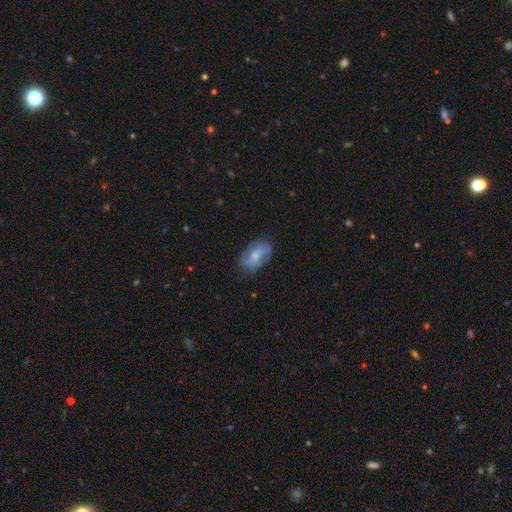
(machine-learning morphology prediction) Q: Smooth or featured?
A: smooth (52%); runner-up: featured or disk (41%)
Q: How rounded?
A: in between (88%); runner-up: round (9%)
Q: Merging?
A: none (67%); runner-up: minor disturbance (23%)